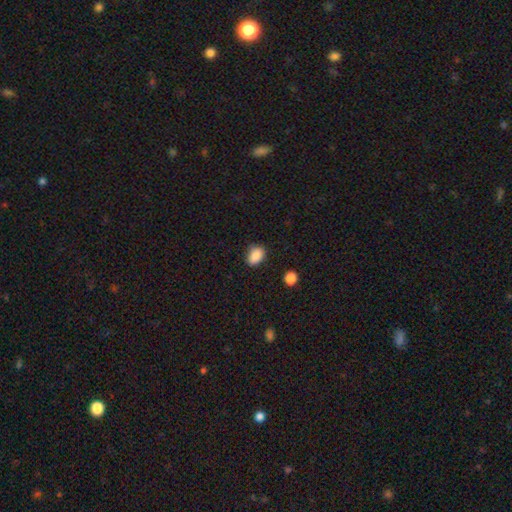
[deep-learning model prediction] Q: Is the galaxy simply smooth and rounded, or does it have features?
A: smooth — 88%.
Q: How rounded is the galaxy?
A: in between — 80%.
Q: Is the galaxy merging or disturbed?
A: none — 79%.